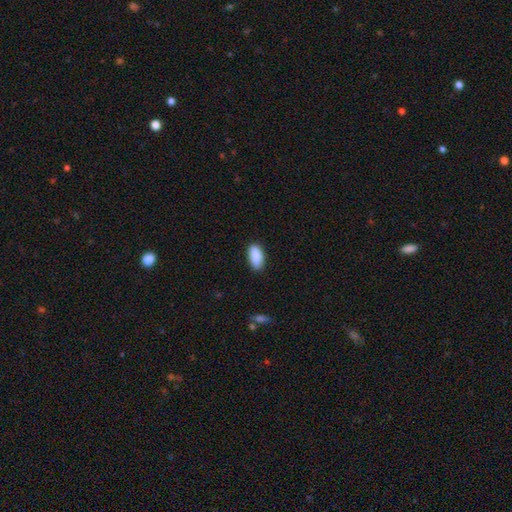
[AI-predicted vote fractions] Smooth or featured? Predicted: smooth (p=0.89). How rounded? Predicted: in between (p=0.92). Merging? Predicted: none (p=0.82).